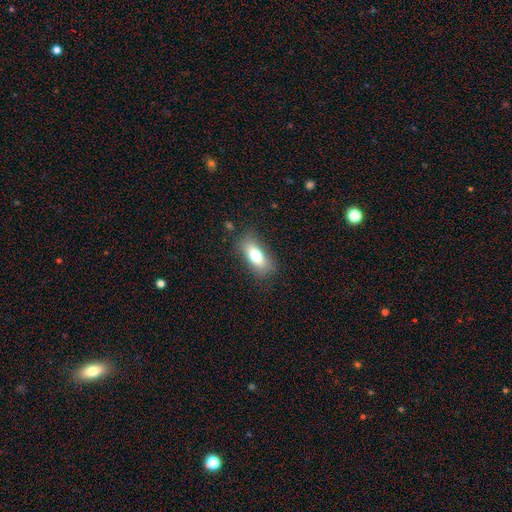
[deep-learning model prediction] Smooth or featured? smooth (71%)
How rounded? in between (78%)
Merging? none (79%)